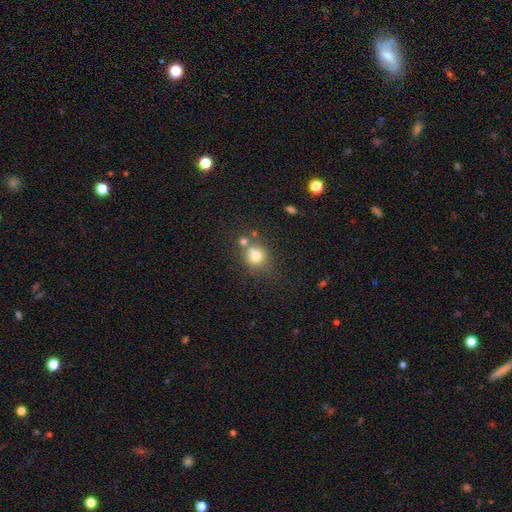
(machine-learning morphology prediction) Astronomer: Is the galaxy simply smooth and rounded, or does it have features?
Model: smooth — 73%.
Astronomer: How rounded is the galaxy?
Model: round — 82%.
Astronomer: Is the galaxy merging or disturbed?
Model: none — 55%.